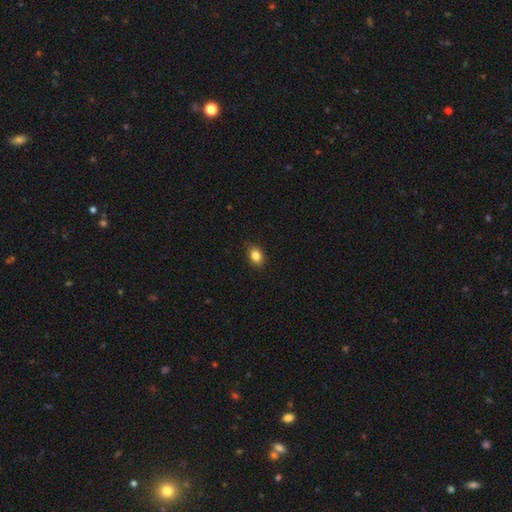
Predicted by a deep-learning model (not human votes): smooth_or_featured: smooth (p=0.84) [alt: star or artifact p=0.10]
how_rounded: in between (p=0.64) [alt: round p=0.34]
merging: none (p=0.83) [alt: minor disturbance p=0.14]